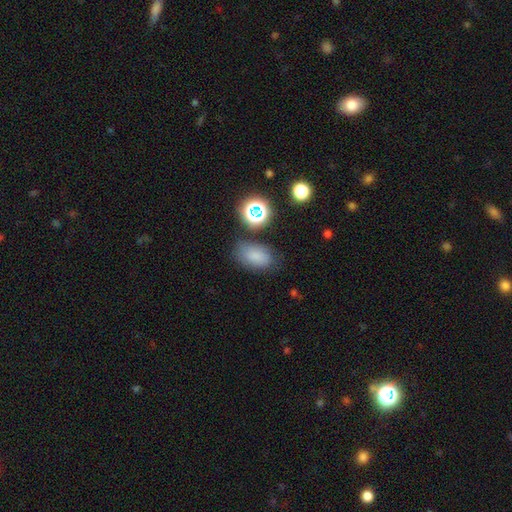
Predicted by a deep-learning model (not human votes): smooth-or-featured: smooth: 77% | star or artifact: 15% | featured or disk: 8%
  how-rounded: in between: 88% | round: 10% | cigar-shaped: 2%
  merging: none: 72% | minor disturbance: 18% | major disturbance: 6% | merger: 5%